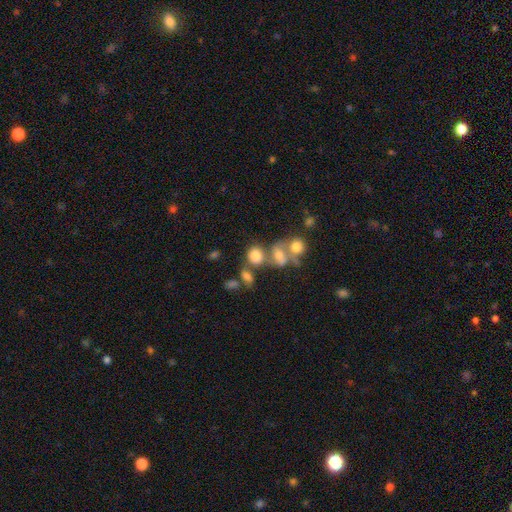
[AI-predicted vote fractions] Smooth or featured? smooth (71%)
How rounded? round (56%)
Merging? merger (44%)